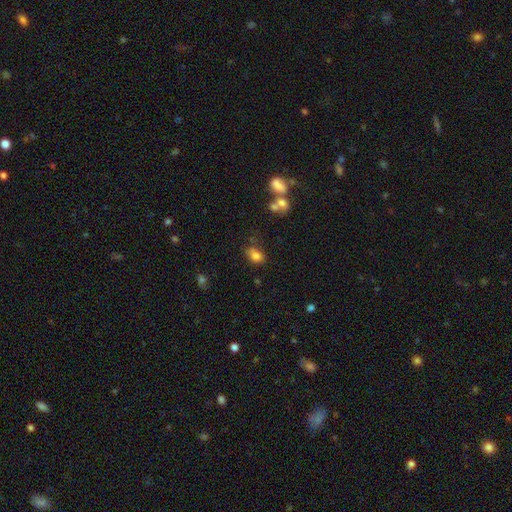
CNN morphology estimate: A smooth galaxy with no disk features (79%) that is in between round and cigar-shaped (68%). Merging: none (57%).